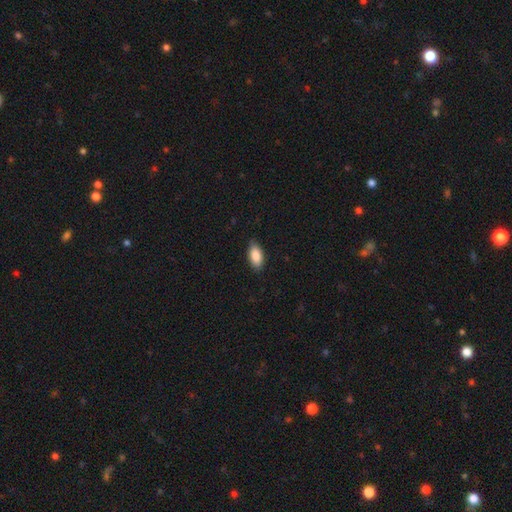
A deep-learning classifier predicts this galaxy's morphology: Smooth or featured: smooth — 88% (star or artifact — 6%)
How rounded: in between — 91% (cigar-shaped — 6%)
Merging: none — 84% (minor disturbance — 13%)